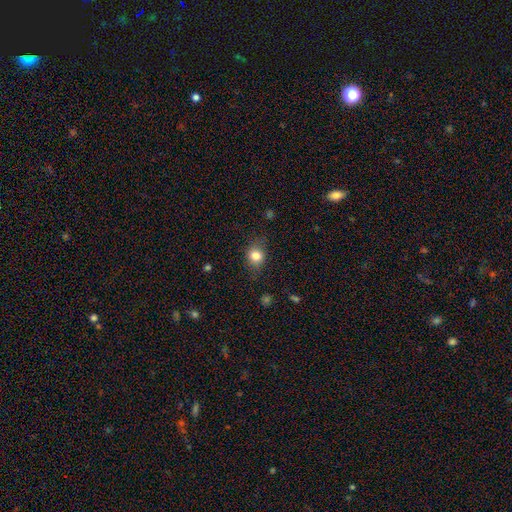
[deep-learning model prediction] Morphology: type=smooth (80%); roundness=round (61%); merging=none (75%).